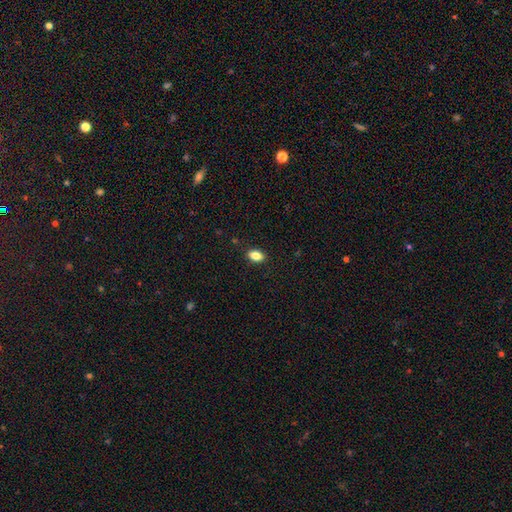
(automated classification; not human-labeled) Smooth or featured? Predicted: smooth (p=0.84). How rounded? Predicted: in between (p=0.87). Merging? Predicted: none (p=0.88).